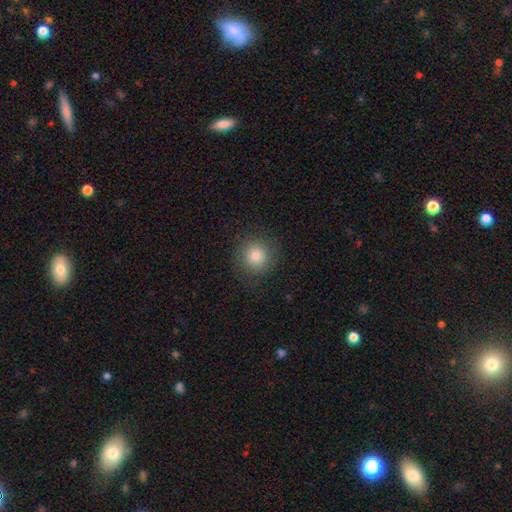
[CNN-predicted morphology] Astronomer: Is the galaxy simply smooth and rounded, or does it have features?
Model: smooth — 84%.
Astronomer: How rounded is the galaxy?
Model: round — 92%.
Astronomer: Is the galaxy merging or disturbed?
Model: none — 88%.